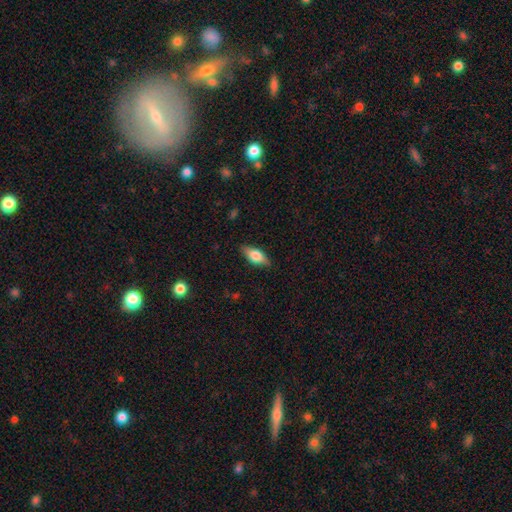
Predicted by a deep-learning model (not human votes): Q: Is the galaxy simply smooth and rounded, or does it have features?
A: smooth — 64%.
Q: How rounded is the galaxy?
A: in between — 78%.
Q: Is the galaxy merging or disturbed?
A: none — 84%.